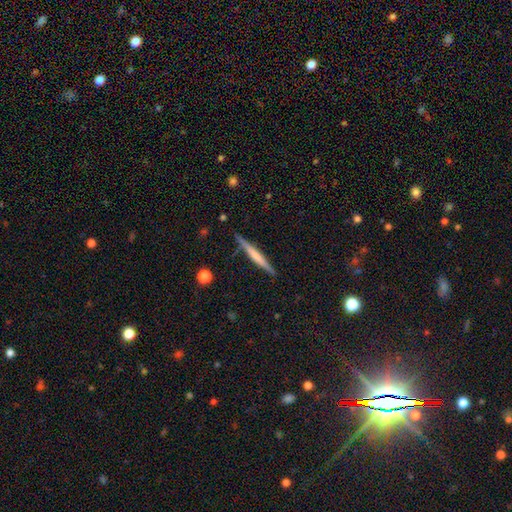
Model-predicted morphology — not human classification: Q: Smooth or featured?
A: featured or disk (50%); runner-up: smooth (45%)
Q: Merging?
A: none (87%); runner-up: minor disturbance (9%)